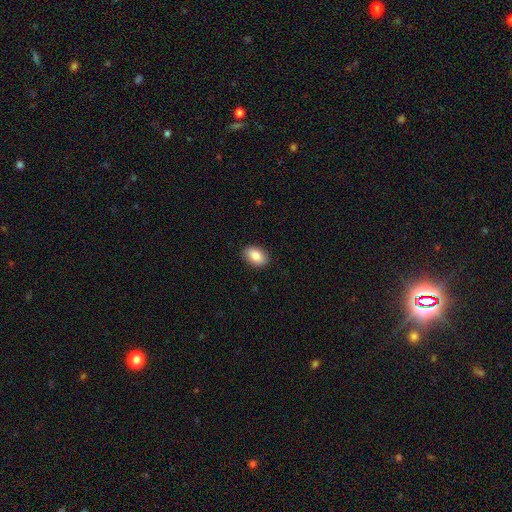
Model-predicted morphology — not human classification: This appears to be a smooth galaxy with no disk features (85%) that is in between round and cigar-shaped (87%). Merging: none (89%).